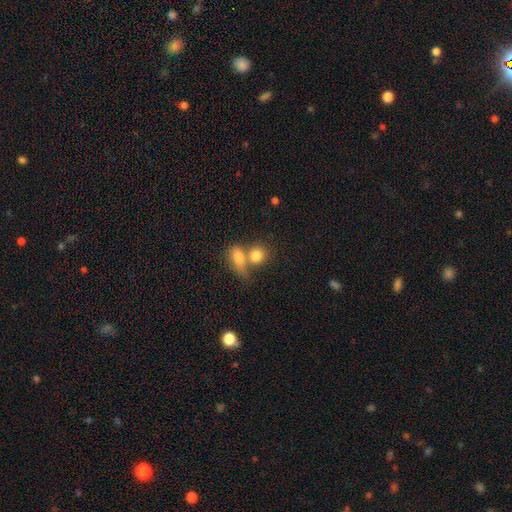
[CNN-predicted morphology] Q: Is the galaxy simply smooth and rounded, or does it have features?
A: smooth — 81%.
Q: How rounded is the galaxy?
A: round — 64%.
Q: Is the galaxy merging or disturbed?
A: merger — 56%.